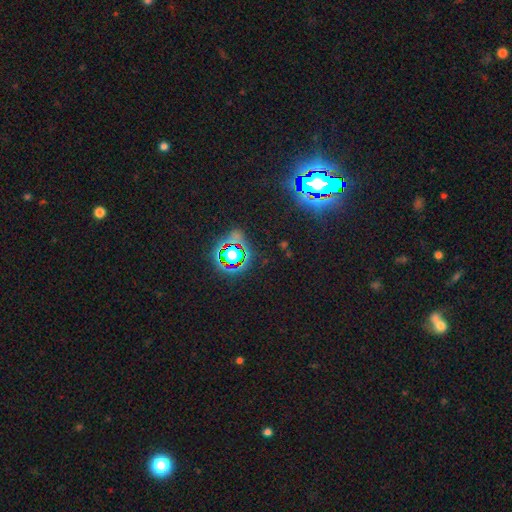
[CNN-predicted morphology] Smooth or featured? star or artifact (82%)